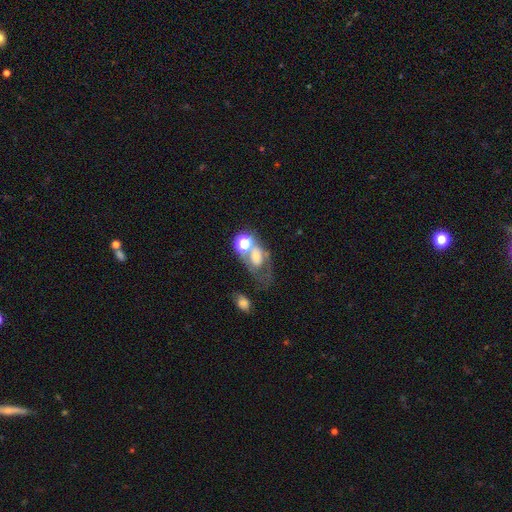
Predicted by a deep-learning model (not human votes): This appears to be a smooth galaxy with no disk features (42%). Merging: merger (35%).